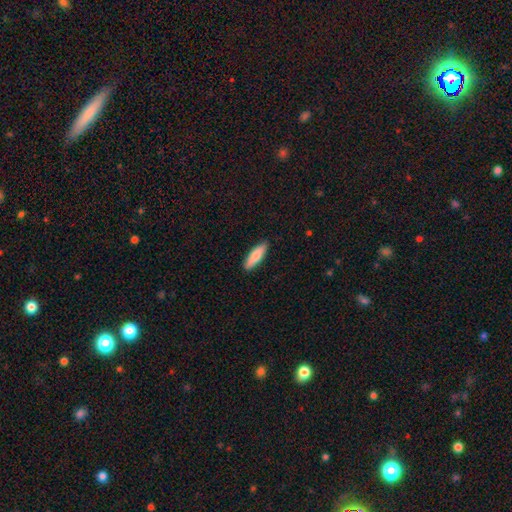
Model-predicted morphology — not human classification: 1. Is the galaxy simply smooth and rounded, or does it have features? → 81% smooth, 14% featured or disk, 5% star or artifact.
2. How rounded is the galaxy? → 57% cigar-shaped, 41% in between, 2% round.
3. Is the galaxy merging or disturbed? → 89% none, 8% minor disturbance, 2% major disturbance, 1% merger.